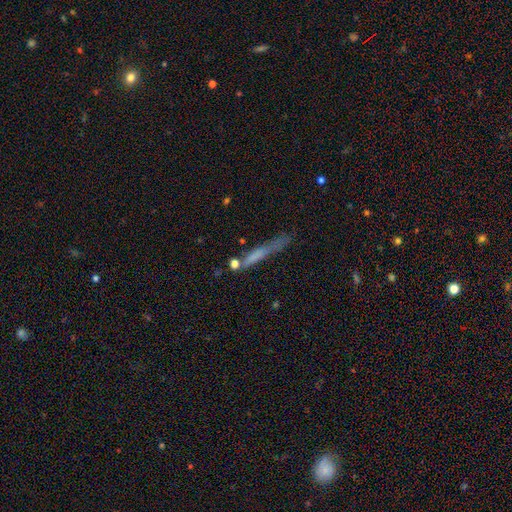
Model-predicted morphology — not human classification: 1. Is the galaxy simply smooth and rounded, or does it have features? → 55% smooth, 33% featured or disk, 12% star or artifact.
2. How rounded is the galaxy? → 91% cigar-shaped, 6% in between, 3% round.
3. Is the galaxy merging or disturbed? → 49% none, 23% minor disturbance, 16% major disturbance, 12% merger.